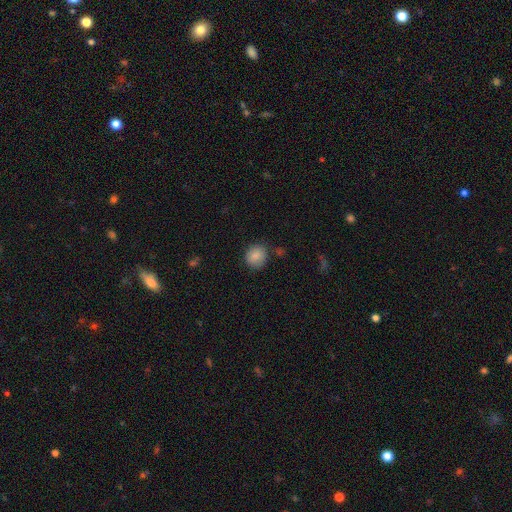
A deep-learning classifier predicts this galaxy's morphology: This is clearly a smooth galaxy (86%). How rounded: likely round (80%). Merging: likely none (79%).